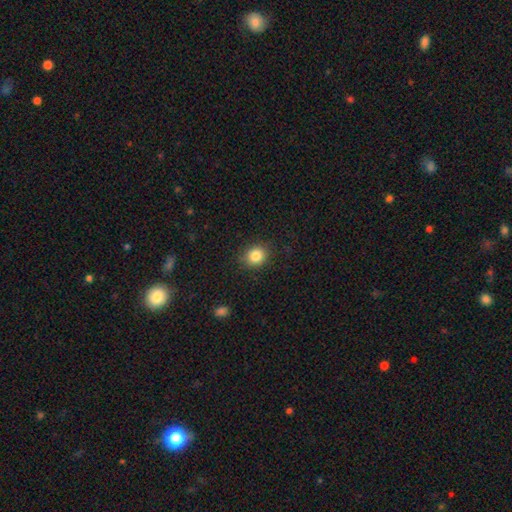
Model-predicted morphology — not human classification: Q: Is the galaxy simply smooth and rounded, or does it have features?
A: smooth — 84%.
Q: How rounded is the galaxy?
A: round — 75%.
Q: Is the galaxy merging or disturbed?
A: none — 86%.